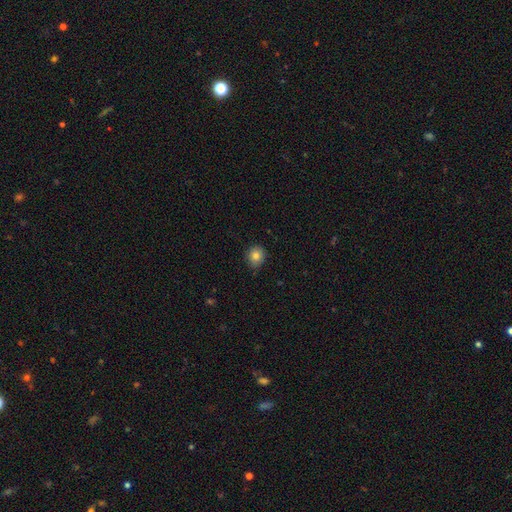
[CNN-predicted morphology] This is clearly a smooth galaxy (82%). How rounded: likely round (78%). Merging: clearly none (83%).